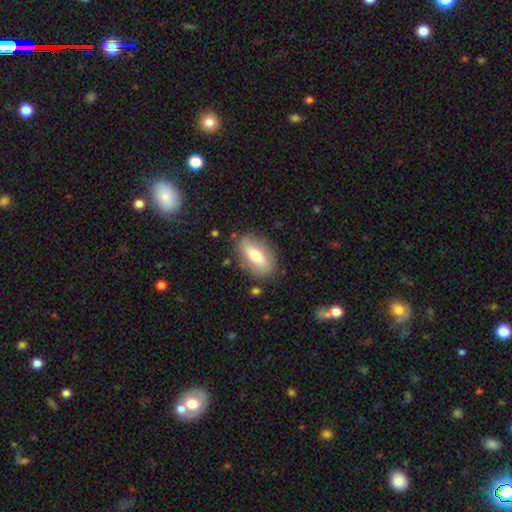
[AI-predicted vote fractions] smooth 65%, featured or disk 29%, star or artifact 7%. Down the decision tree: how rounded — in between (84%); merging — none (81%).